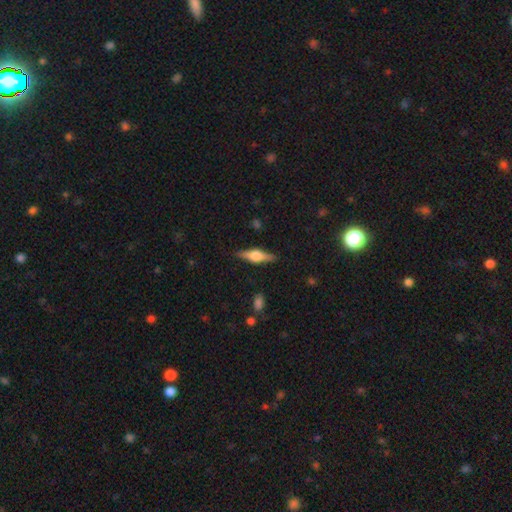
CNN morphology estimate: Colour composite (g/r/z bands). It shows a featured or disk galaxy (66%) viewed edge-on (96%) with a rounded central bulge (88%). Merging: none (87%).